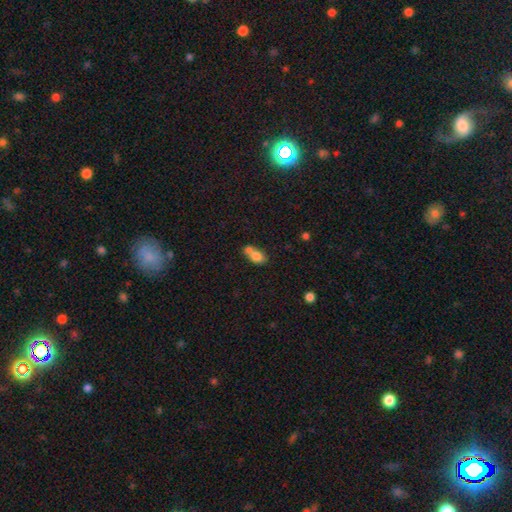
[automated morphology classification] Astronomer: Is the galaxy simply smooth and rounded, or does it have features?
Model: smooth — 77%.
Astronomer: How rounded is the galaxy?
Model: in between — 78%.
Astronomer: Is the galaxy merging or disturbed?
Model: merger — 59%.